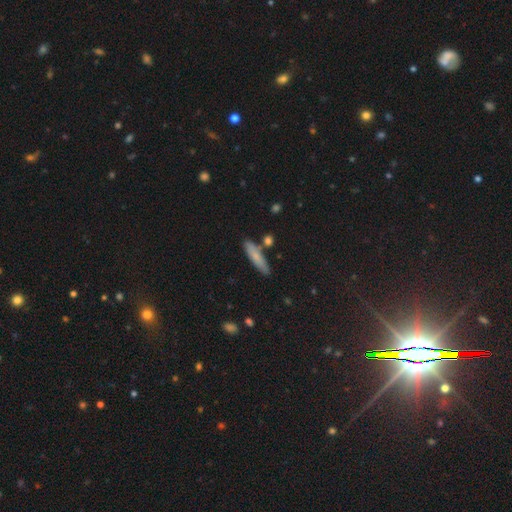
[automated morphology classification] The model was most divided on "how rounded": cigar-shaped: 76%, in between: 22%, round: 2%. More confident: merging — none (79%); smooth or featured — smooth (74%).